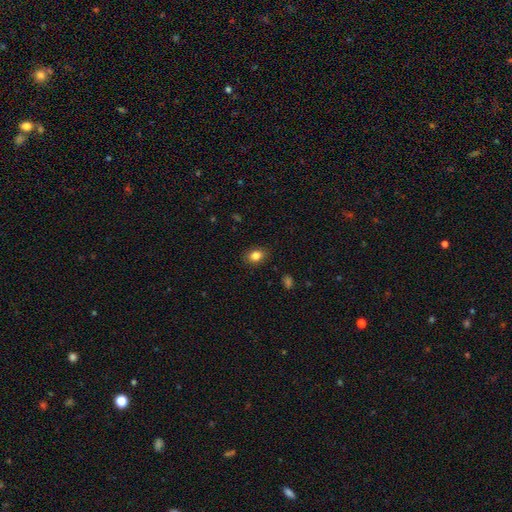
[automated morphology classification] Smooth or featured?
  - smooth: 84% *
  - star or artifact: 10%
  - featured or disk: 7%
How rounded?
  - in between: 66% *
  - round: 33%
  - cigar-shaped: 1%
Merging?
  - none: 87% *
  - minor disturbance: 10%
  - major disturbance: 2%
  - merger: 1%